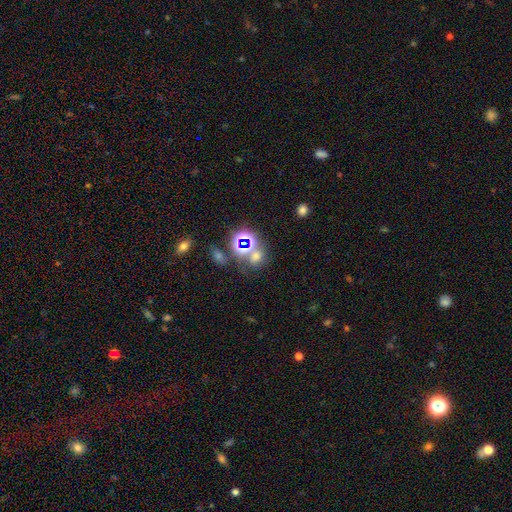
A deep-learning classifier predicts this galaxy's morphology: smooth-or-featured: star or artifact: 49% | smooth: 41% | featured or disk: 10%